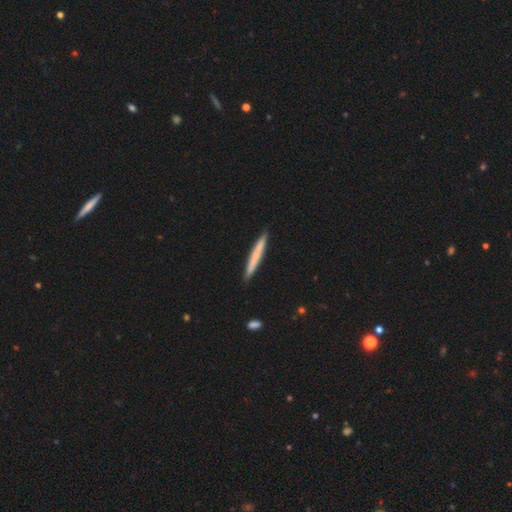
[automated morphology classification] Smooth or featured?
  - smooth: 63% *
  - featured or disk: 32%
  - star or artifact: 5%
How rounded?
  - cigar-shaped: 97% *
  - in between: 2%
  - round: 1%
Merging?
  - none: 91% *
  - minor disturbance: 7%
  - merger: 1%
  - major disturbance: 1%